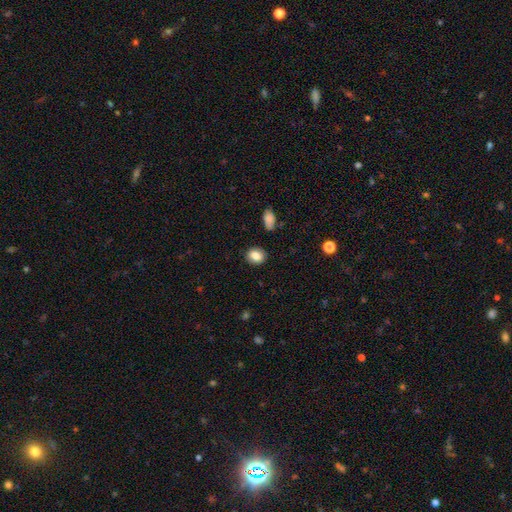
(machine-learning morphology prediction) type=smooth (82%); roundness=round (60%); merging=none (88%).